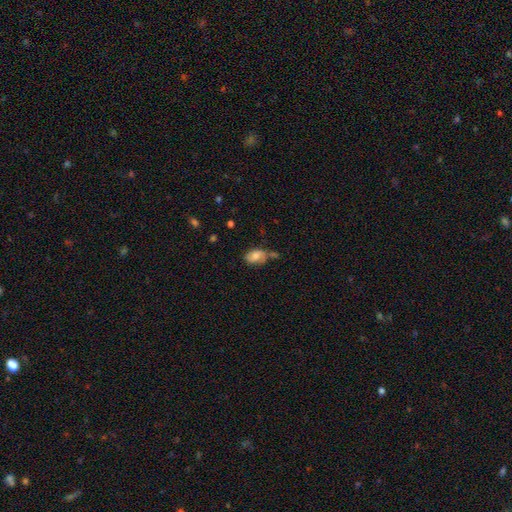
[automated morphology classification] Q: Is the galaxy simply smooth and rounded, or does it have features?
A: smooth — 71%.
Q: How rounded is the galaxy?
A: in between — 87%.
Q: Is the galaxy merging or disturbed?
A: none — 46%.